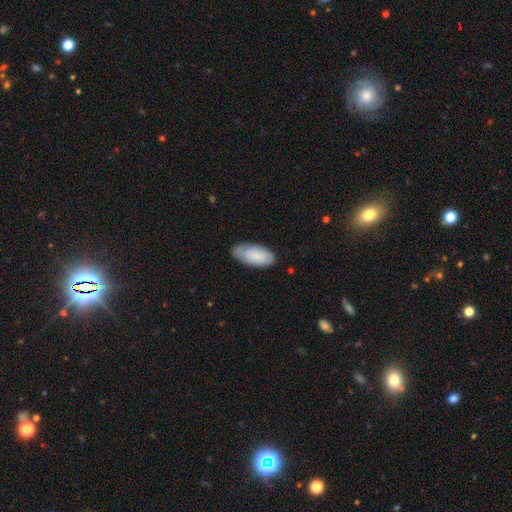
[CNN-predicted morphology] The model was most divided on "merging": none: 68%, minor disturbance: 26%, major disturbance: 5%, merger: 2%. More confident: how rounded — in between (92%); smooth or featured — smooth (78%).